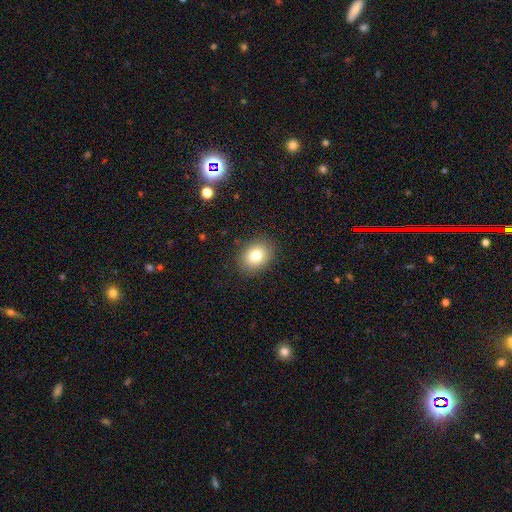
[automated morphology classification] A smooth galaxy with no disk features (81%) that is in between round and cigar-shaped (53%). Merging: none (88%).